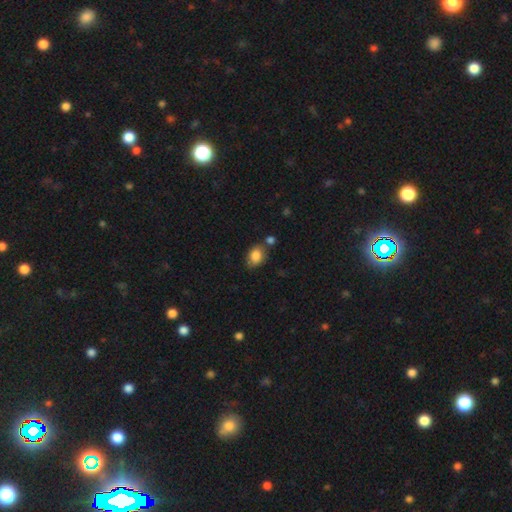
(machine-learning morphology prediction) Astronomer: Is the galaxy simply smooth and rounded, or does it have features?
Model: smooth — 86%.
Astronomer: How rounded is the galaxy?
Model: in between — 76%.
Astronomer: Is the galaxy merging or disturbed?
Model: none — 64%.